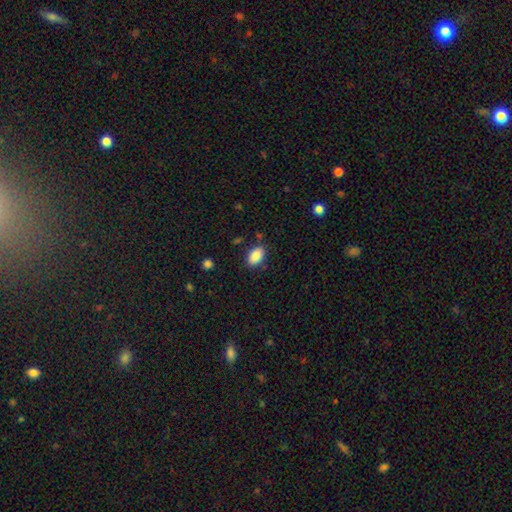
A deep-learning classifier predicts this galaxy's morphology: Q: Smooth or featured?
A: smooth (88%); runner-up: star or artifact (7%)
Q: How rounded?
A: in between (91%); runner-up: round (8%)
Q: Merging?
A: none (84%); runner-up: minor disturbance (11%)